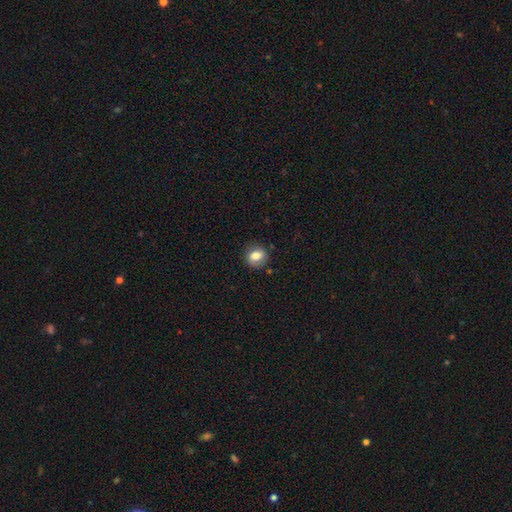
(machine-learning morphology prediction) A smooth galaxy with no disk features (76%) that is round (72%).

Vote fractions:
- Smooth or featured? smooth: 76% / featured or disk: 14% / star or artifact: 9%
- How rounded? round: 72% / in between: 27% / cigar-shaped: 1%
- Merging? none: 83% / minor disturbance: 12% / major disturbance: 3% / merger: 2%